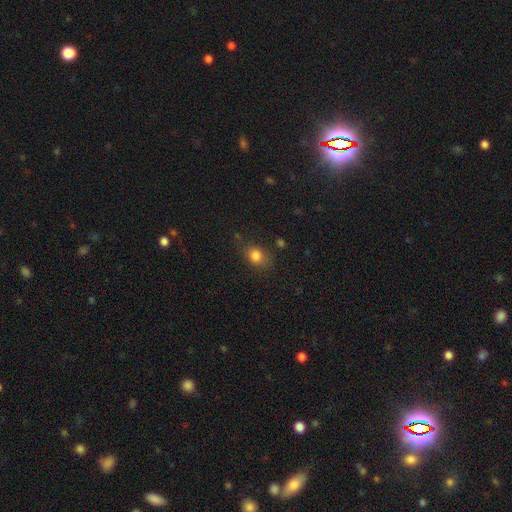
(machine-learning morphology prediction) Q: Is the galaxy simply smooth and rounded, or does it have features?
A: smooth — 82%.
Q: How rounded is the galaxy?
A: in between — 56%.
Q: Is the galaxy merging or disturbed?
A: none — 71%.